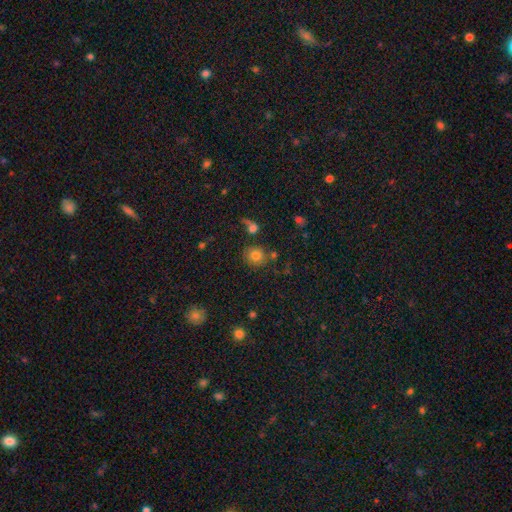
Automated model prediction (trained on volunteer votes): smooth-or-featured: smooth: 78% | star or artifact: 13% | featured or disk: 9%
  how-rounded: round: 82% | in between: 17% | cigar-shaped: 1%
  merging: none: 75% | minor disturbance: 11% | merger: 9% | major disturbance: 5%